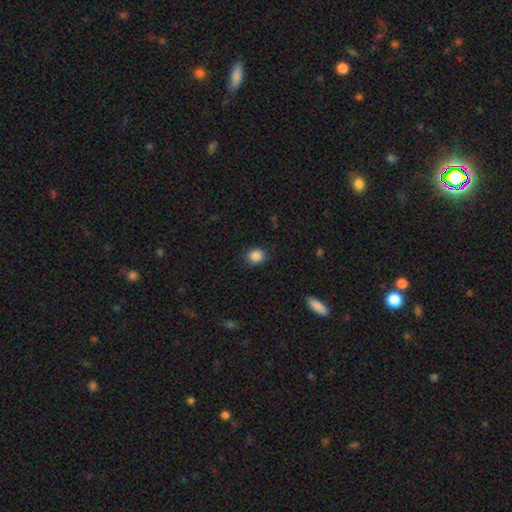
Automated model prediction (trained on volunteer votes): smooth 87%, star or artifact 10%, featured or disk 3%. Down the decision tree: how rounded — round (67%); merging — none (86%).